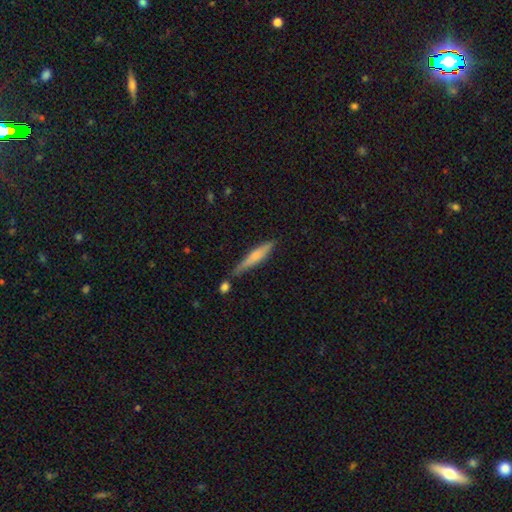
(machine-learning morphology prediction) Smooth or featured?
  - smooth: 60% *
  - featured or disk: 34%
  - star or artifact: 6%
How rounded?
  - cigar-shaped: 89% *
  - in between: 9%
  - round: 2%
Merging?
  - none: 68% *
  - minor disturbance: 19%
  - merger: 8%
  - major disturbance: 4%